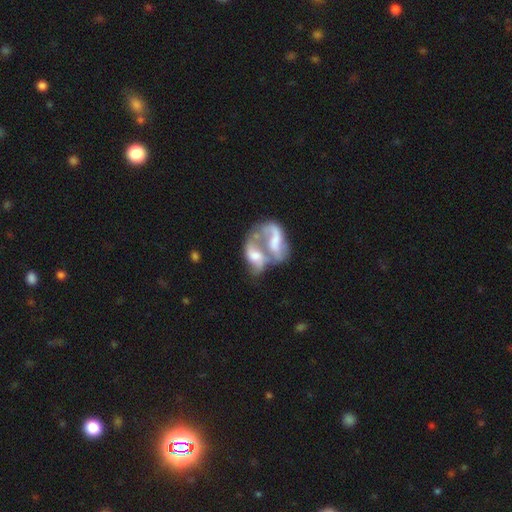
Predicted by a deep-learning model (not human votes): This appears to be a featured or disk galaxy (60%) with no bar (64%), no spiral arms (53%) and a moderate central bulge (38%). Merging: merger (74%).